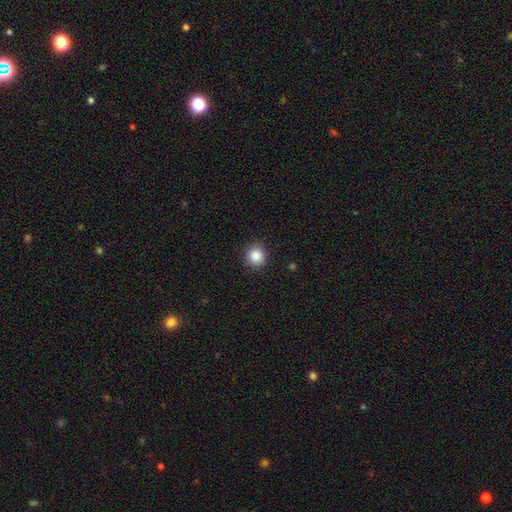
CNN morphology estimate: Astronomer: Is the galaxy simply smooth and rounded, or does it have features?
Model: smooth — 86%.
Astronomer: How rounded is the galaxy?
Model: round — 91%.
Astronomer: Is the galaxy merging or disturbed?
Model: none — 91%.